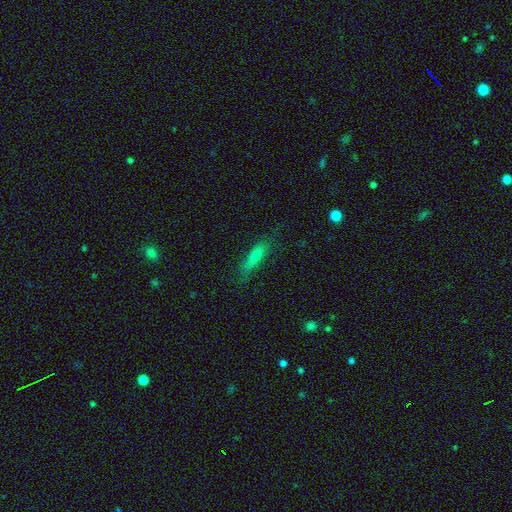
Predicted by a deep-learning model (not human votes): This is likely a smooth galaxy (66%). How rounded: likely cigar-shaped (80%). Merging: likely none (76%).